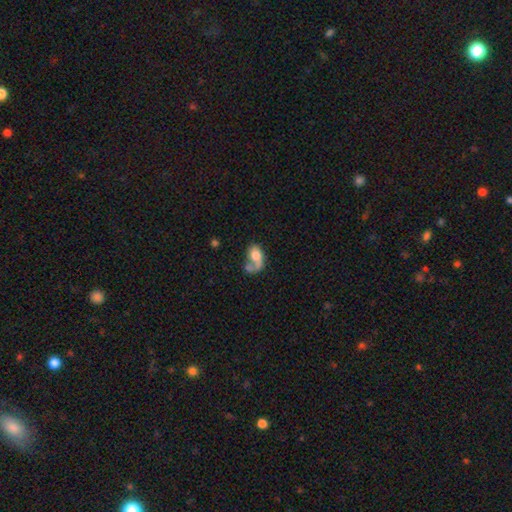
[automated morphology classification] Smooth or featured?
  - smooth: 59% *
  - featured or disk: 32%
  - star or artifact: 8%
How rounded?
  - in between: 77% *
  - round: 21%
  - cigar-shaped: 2%
Merging?
  - merger: 38% *
  - major disturbance: 27%
  - none: 22%
  - minor disturbance: 14%